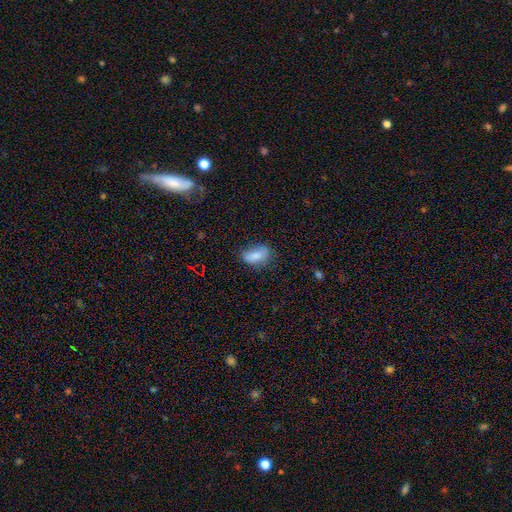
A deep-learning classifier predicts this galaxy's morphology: Smooth or featured: smooth — 81% (featured or disk — 11%)
How rounded: in between — 89% (round — 6%)
Merging: none — 65% (minor disturbance — 26%)